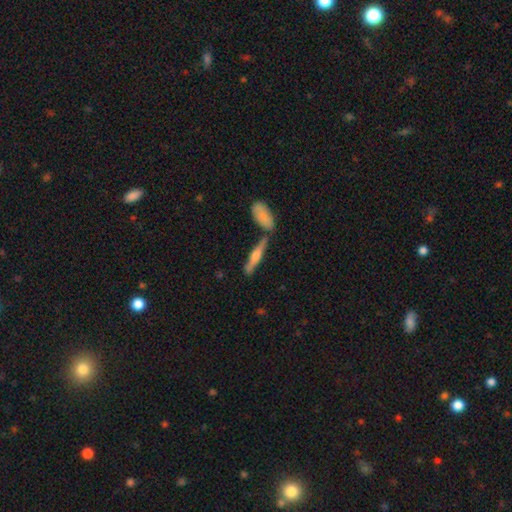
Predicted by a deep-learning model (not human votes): Overall: featured or disk (57%; smooth 36%). Edge-on disk: yes (95%). Edge-on bulge: rounded (86%). Merging: none (75%).